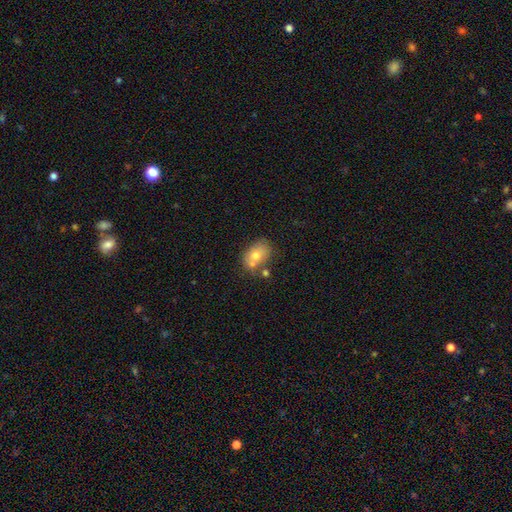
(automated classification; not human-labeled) smooth-or-featured: smooth: 70% | featured or disk: 21% | star or artifact: 9%
  how-rounded: in between: 74% | round: 24% | cigar-shaped: 1%
  merging: none: 56% | merger: 23% | minor disturbance: 16% | major disturbance: 4%